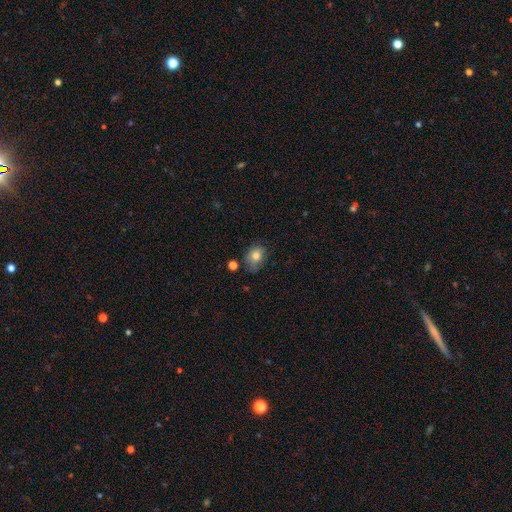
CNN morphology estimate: smooth 78%, featured or disk 12%, star or artifact 10%. Down the decision tree: how rounded — in between (60%); merging — none (62%).